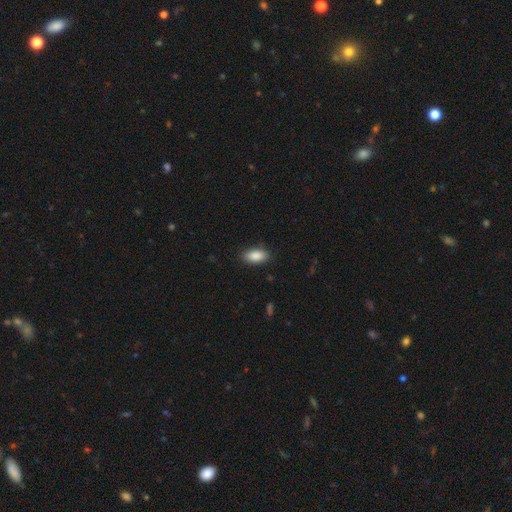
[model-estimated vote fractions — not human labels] The model was most divided on "merging": none: 87%, minor disturbance: 9%, major disturbance: 2%, merger: 1%. More confident: how rounded — in between (91%); smooth or featured — smooth (89%).